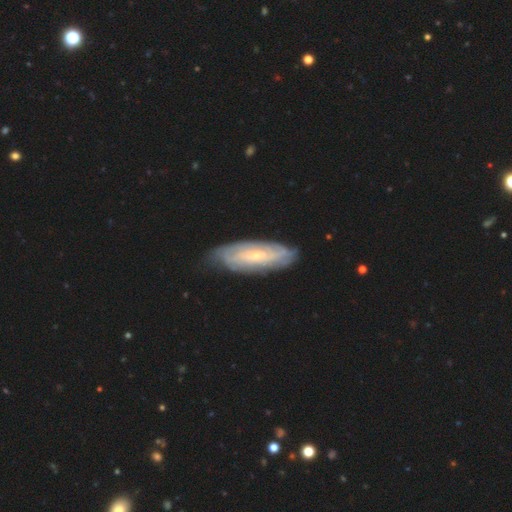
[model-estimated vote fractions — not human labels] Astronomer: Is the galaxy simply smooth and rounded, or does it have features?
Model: featured or disk — 70%.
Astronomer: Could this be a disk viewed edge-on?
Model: no — 83%.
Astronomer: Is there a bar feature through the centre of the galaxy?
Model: no — 58%.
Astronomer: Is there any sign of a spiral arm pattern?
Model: yes — 85%.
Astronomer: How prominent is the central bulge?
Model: small — 75%.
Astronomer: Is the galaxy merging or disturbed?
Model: none — 79%.